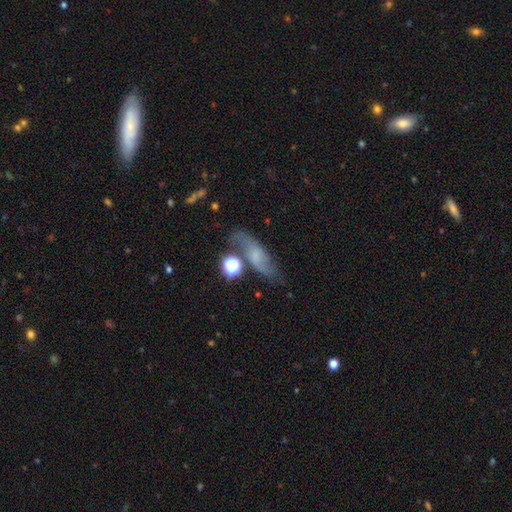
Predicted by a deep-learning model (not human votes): Q: Smooth or featured?
A: featured or disk (49%); runner-up: smooth (38%)
Q: Merging?
A: none (61%); runner-up: minor disturbance (21%)